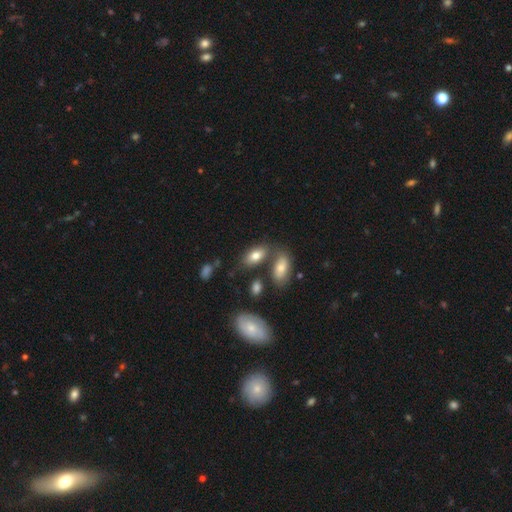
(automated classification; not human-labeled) Q: Smooth or featured?
A: smooth (78%); runner-up: featured or disk (14%)
Q: How rounded?
A: in between (91%); runner-up: round (5%)
Q: Merging?
A: none (61%); runner-up: merger (20%)